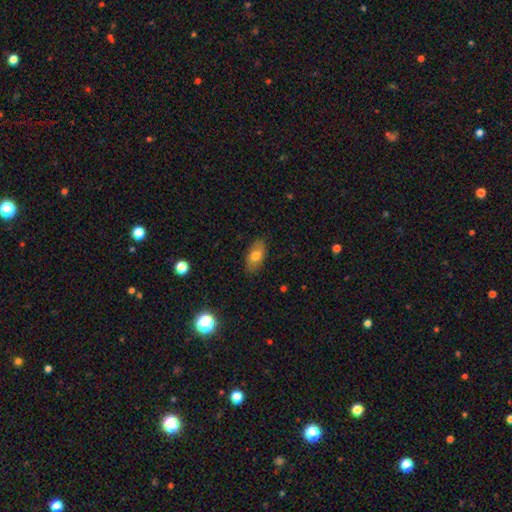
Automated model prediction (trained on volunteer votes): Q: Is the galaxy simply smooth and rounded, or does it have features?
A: smooth — 74%.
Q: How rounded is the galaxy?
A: in between — 90%.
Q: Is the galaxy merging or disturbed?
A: none — 85%.